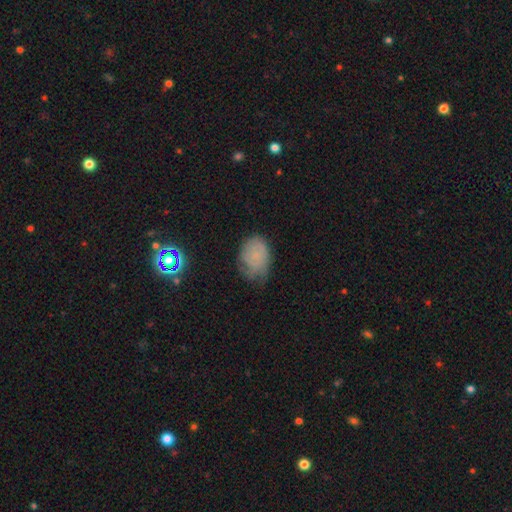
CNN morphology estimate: A smooth galaxy with no disk features (54%) that is in between round and cigar-shaped (71%). Merging: none (46%).